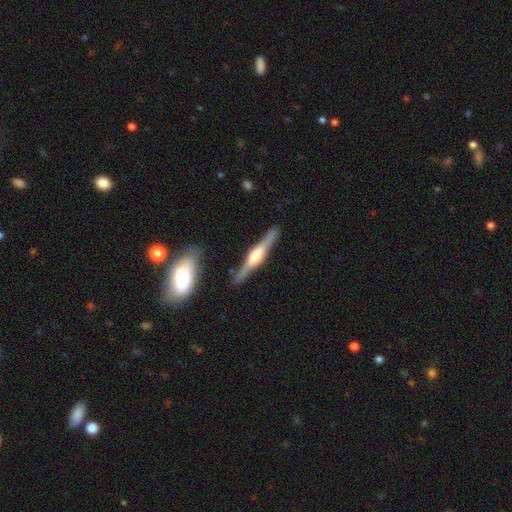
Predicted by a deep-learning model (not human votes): Smooth or featured? featured or disk (75%)
Edge-on disk? yes (97%)
Edge-on bulge? rounded (73%)
Merging? none (87%)